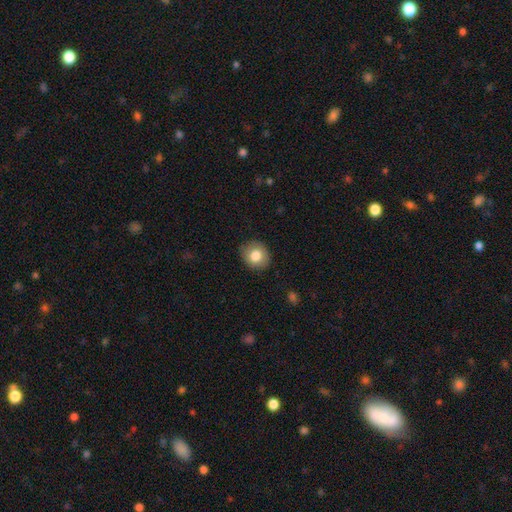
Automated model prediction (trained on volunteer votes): Q: Smooth or featured?
A: smooth (81%); runner-up: featured or disk (10%)
Q: How rounded?
A: round (73%); runner-up: in between (26%)
Q: Merging?
A: none (85%); runner-up: minor disturbance (12%)